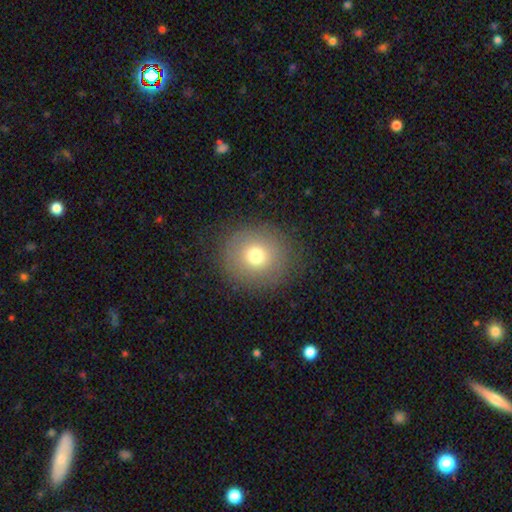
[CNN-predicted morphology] Overall: smooth (72%). How rounded: round (87%). Merging: none (84%).